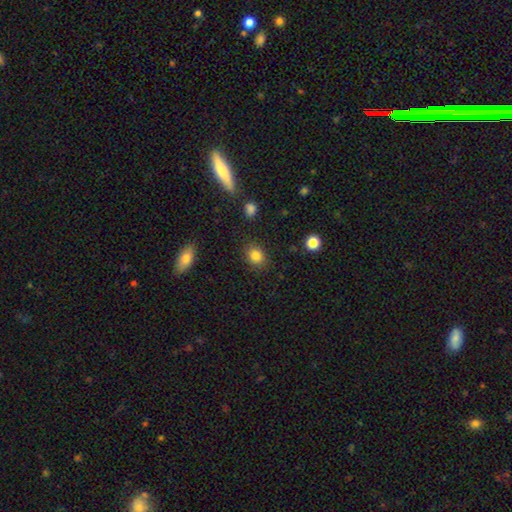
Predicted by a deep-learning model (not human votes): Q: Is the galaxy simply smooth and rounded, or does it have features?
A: smooth — 84%.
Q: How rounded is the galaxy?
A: round — 55%.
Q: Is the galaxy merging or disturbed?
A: none — 86%.